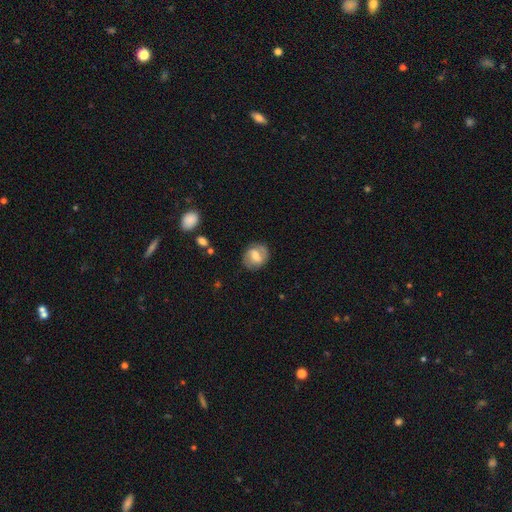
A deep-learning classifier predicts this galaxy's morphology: Smooth or featured: featured or disk — 51% (smooth — 41%)
Edge-on disk: no — 96% (yes — 4%)
Merging: none — 77% (minor disturbance — 15%)